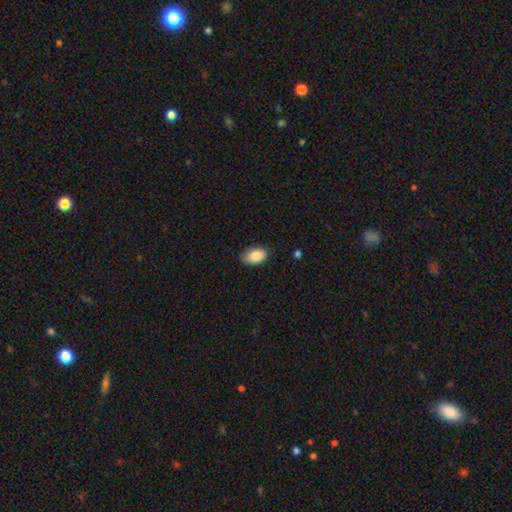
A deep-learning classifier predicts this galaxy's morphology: Q: Smooth or featured?
A: smooth (86%); runner-up: star or artifact (7%)
Q: How rounded?
A: in between (91%); runner-up: round (7%)
Q: Merging?
A: none (78%); runner-up: minor disturbance (18%)